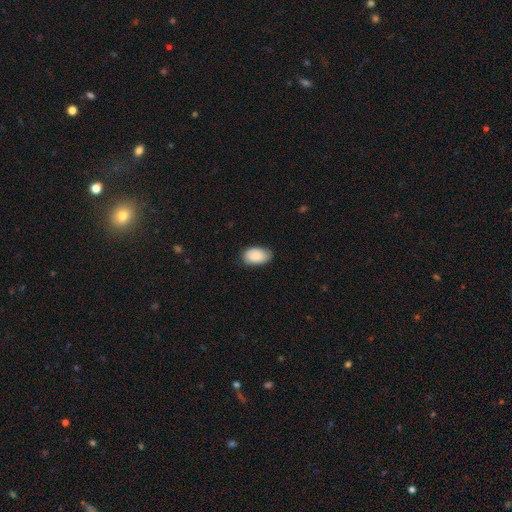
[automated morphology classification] Smooth or featured? smooth (86%)
How rounded? in between (92%)
Merging? none (73%)